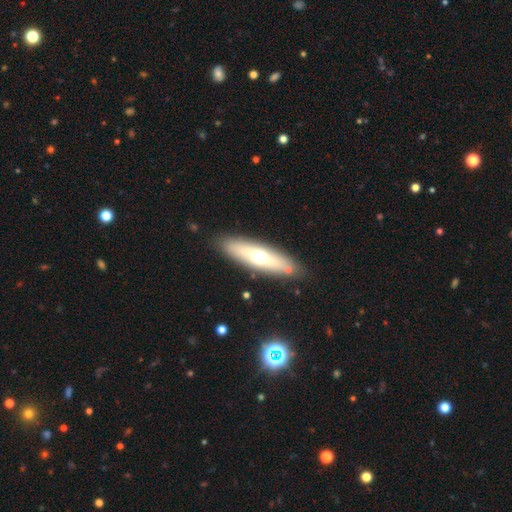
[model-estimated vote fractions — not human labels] smooth-or-featured: smooth: 51% | featured or disk: 42% | star or artifact: 7%
  how-rounded: cigar-shaped: 65% | in between: 32% | round: 2%
  merging: none: 86% | minor disturbance: 10% | major disturbance: 2% | merger: 2%